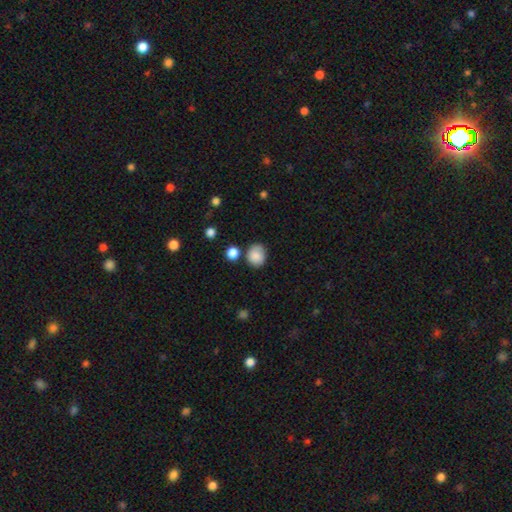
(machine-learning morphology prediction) This appears to be a smooth galaxy with no disk features (83%) that is round (66%). Merging: none (70%).